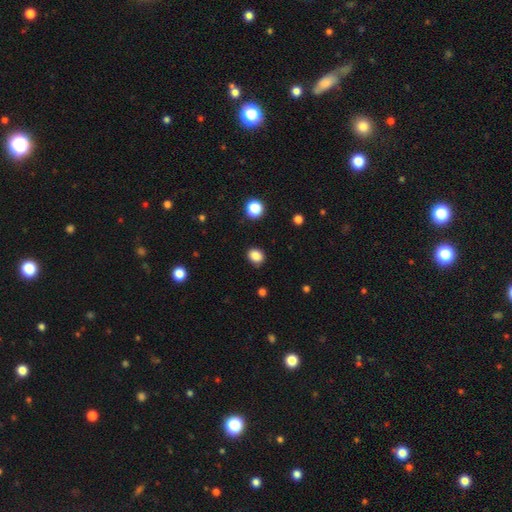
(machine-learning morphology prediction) This is clearly a smooth galaxy (86%). How rounded: likely round (64%). Merging: clearly none (88%).